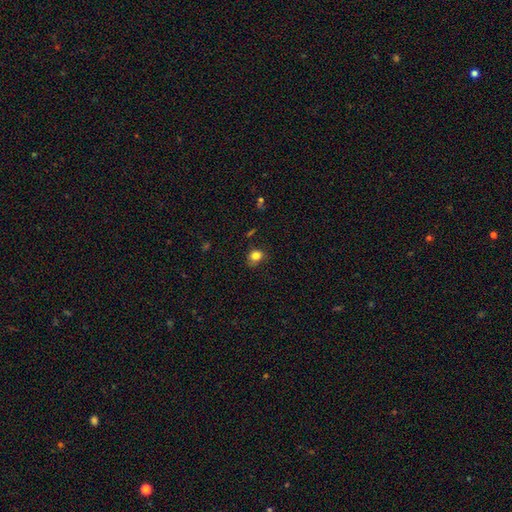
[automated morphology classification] Q: Smooth or featured?
A: smooth (82%); runner-up: star or artifact (12%)
Q: How rounded?
A: round (63%); runner-up: in between (36%)
Q: Merging?
A: none (70%); runner-up: minor disturbance (23%)